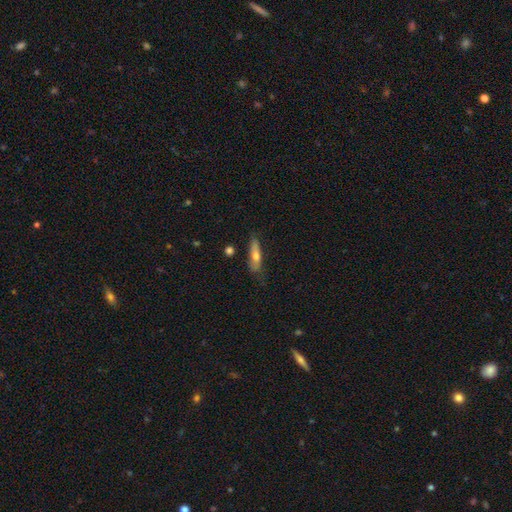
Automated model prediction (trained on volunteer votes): Smooth or featured? smooth (56%)
How rounded? cigar-shaped (67%)
Merging? none (71%)